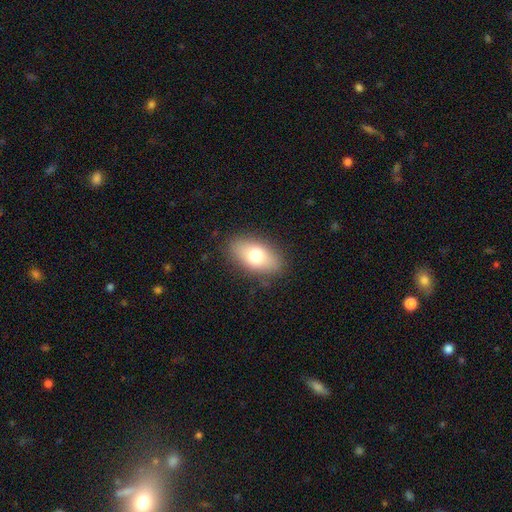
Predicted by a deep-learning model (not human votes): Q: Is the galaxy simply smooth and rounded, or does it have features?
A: smooth — 75%.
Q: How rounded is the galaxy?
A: in between — 90%.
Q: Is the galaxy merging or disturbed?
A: none — 85%.